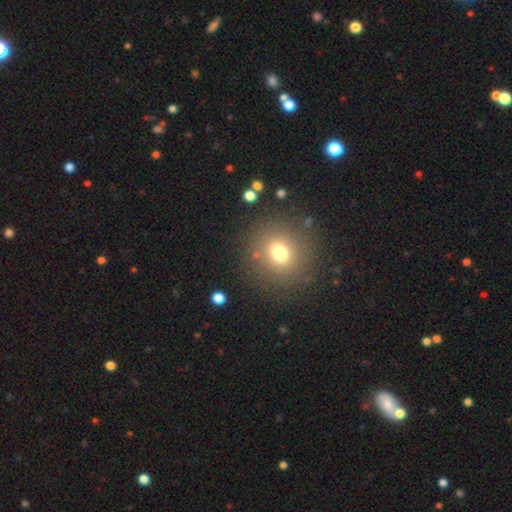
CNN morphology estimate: The model was most divided on "smooth or featured": smooth: 66%, star or artifact: 25%, featured or disk: 10%. More confident: how rounded — round (92%); merging — none (90%).